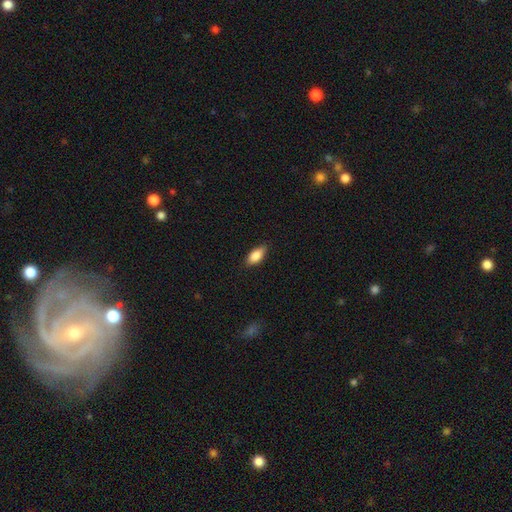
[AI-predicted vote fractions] Smooth or featured? smooth (85%)
How rounded? in between (87%)
Merging? none (84%)